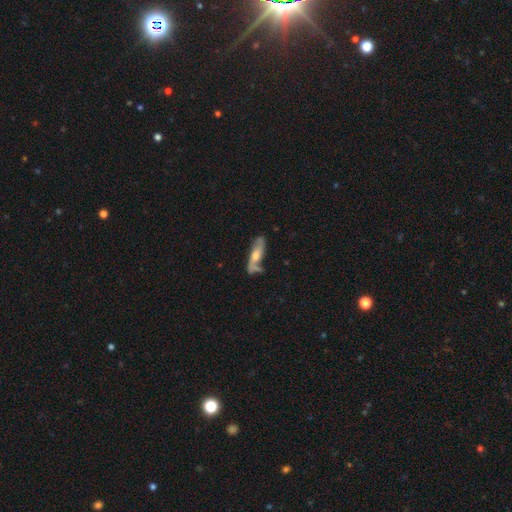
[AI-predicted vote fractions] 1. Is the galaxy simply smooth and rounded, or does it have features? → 58% featured or disk, 35% smooth, 6% star or artifact.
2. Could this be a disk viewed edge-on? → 64% no, 36% yes.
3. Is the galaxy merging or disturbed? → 55% none, 23% minor disturbance, 12% merger, 11% major disturbance.